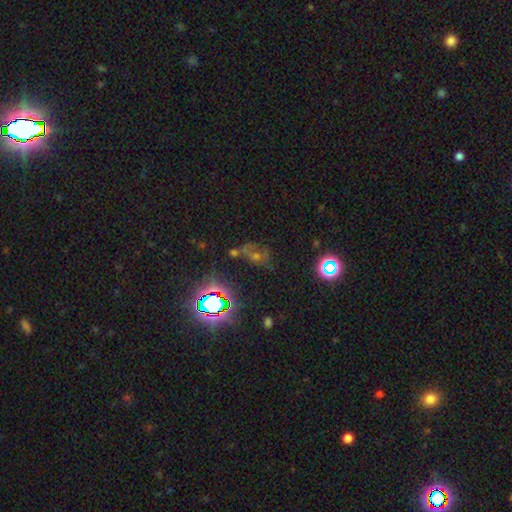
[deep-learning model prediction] Smooth or featured? star or artifact (54%)